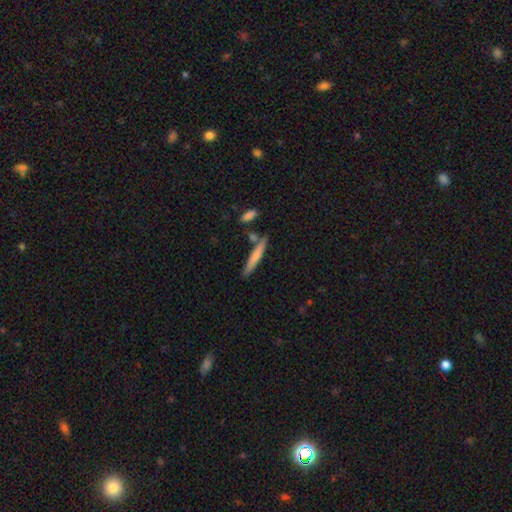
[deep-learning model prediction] Q: Smooth or featured?
A: smooth (66%); runner-up: featured or disk (28%)
Q: How rounded?
A: cigar-shaped (93%); runner-up: in between (5%)
Q: Merging?
A: none (77%); runner-up: minor disturbance (12%)